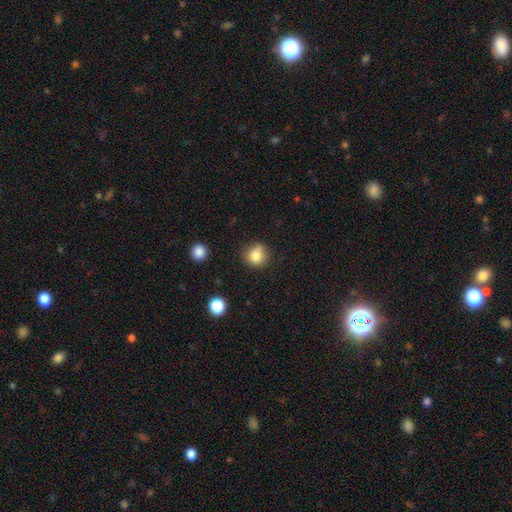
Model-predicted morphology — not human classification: Smooth or featured? Predicted: smooth (p=0.81). How rounded? Predicted: round (p=0.87). Merging? Predicted: none (p=0.68).